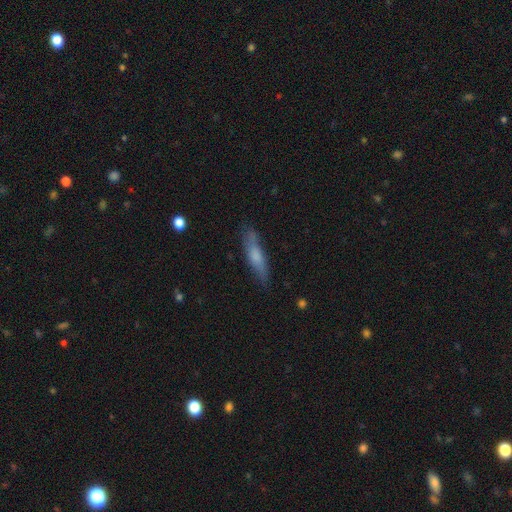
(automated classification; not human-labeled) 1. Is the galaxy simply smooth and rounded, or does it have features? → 60% smooth, 33% featured or disk, 7% star or artifact.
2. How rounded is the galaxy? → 77% cigar-shaped, 21% in between, 2% round.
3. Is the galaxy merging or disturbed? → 78% none, 17% minor disturbance, 4% major disturbance, 2% merger.